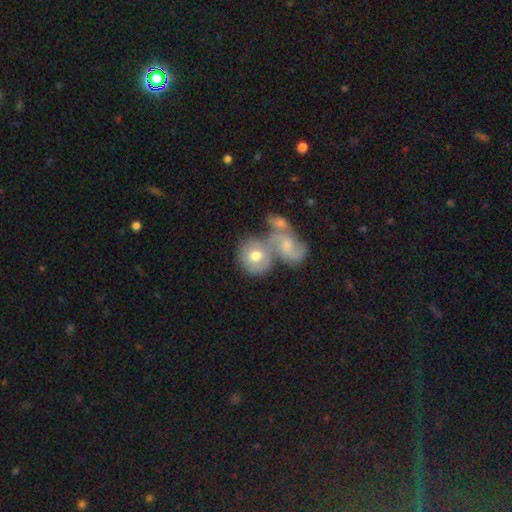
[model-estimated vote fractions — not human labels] A smooth galaxy with no disk features (56%) that is round (67%).

Vote fractions:
- Smooth or featured? smooth: 56% / featured or disk: 37% / star or artifact: 7%
- How rounded? round: 67% / in between: 31% / cigar-shaped: 1%
- Merging? merger: 62% / none: 23% / minor disturbance: 8% / major disturbance: 6%